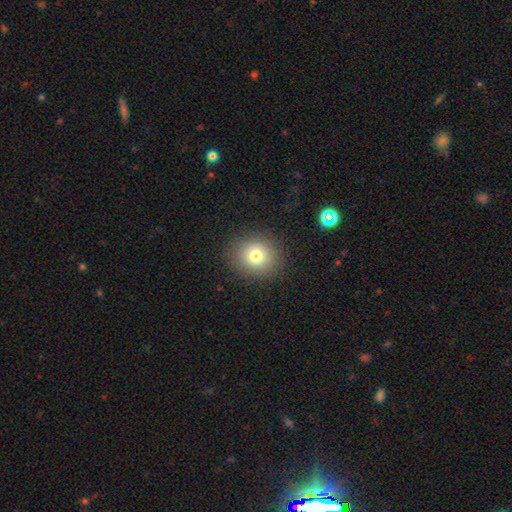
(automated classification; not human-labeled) A smooth galaxy with no disk features (78%) that is round (82%). Merging: none (88%).